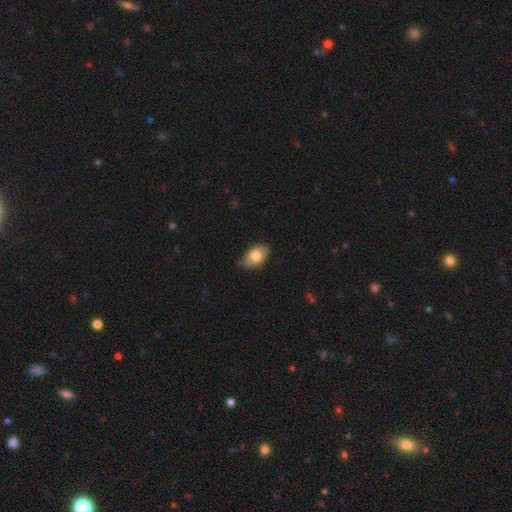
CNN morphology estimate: A smooth galaxy with no disk features (79%) that is in between round and cigar-shaped (88%). Merging: none (71%).